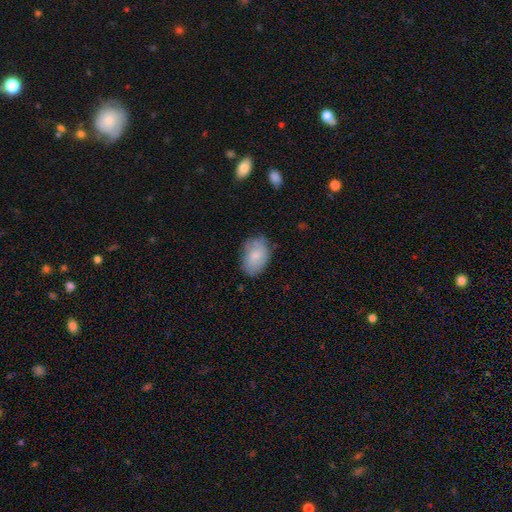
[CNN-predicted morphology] Overall: smooth (78%). How rounded: in between (87%). Merging: none (72%).